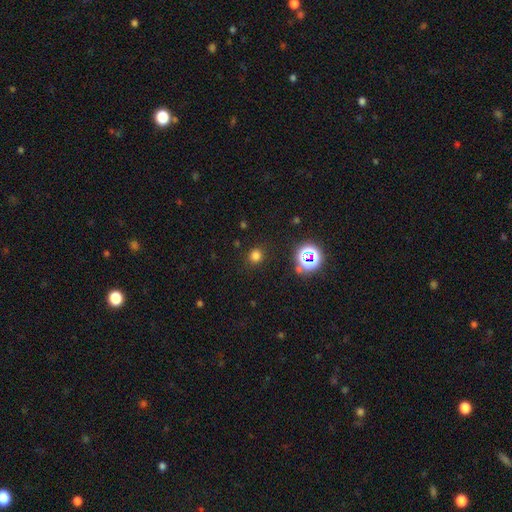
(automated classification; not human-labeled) Smooth or featured? Predicted: smooth (p=0.72). How rounded? Predicted: round (p=0.86). Merging? Predicted: none (p=0.87).